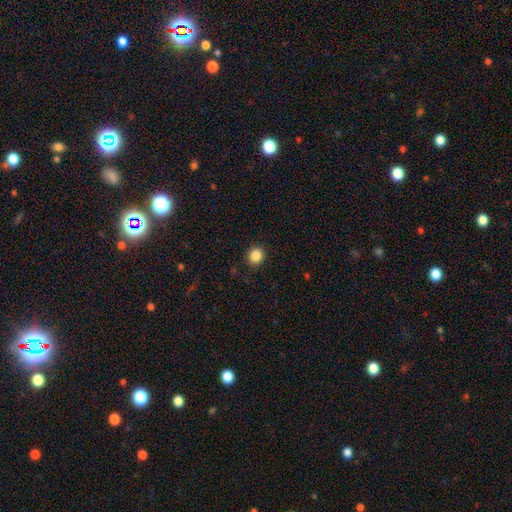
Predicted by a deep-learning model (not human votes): A smooth galaxy with no disk features (86%) that is round (86%).

Vote fractions:
- Smooth or featured? smooth: 86% / star or artifact: 11% / featured or disk: 4%
- How rounded? round: 86% / in between: 14% / cigar-shaped: 1%
- Merging? none: 91% / minor disturbance: 6% / major disturbance: 2% / merger: 1%